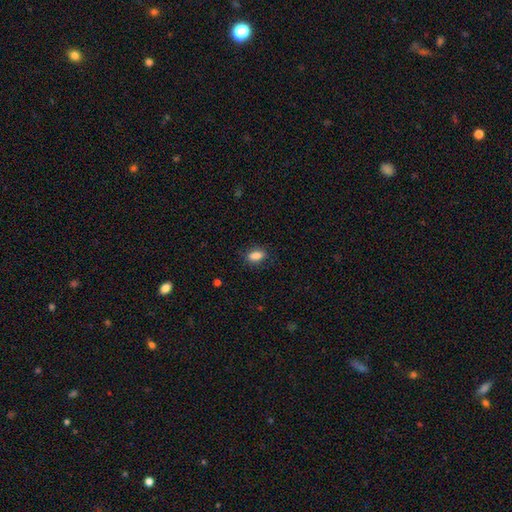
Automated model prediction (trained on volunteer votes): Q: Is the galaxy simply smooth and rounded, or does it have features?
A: smooth — 86%.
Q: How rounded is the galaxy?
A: in between — 85%.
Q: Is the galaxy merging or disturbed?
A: none — 84%.